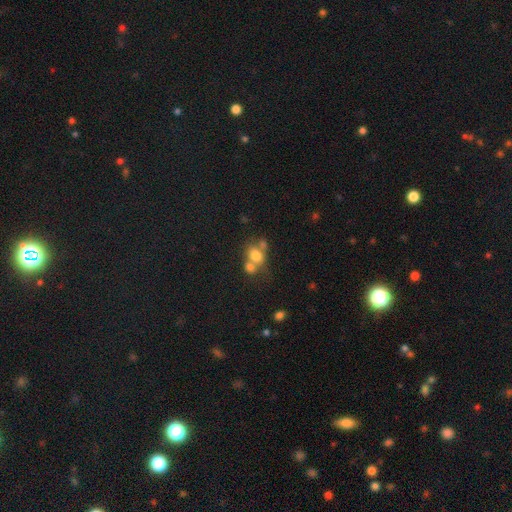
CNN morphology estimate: A smooth galaxy with no disk features (71%) that is in between round and cigar-shaped (61%). Merging: merger (53%).